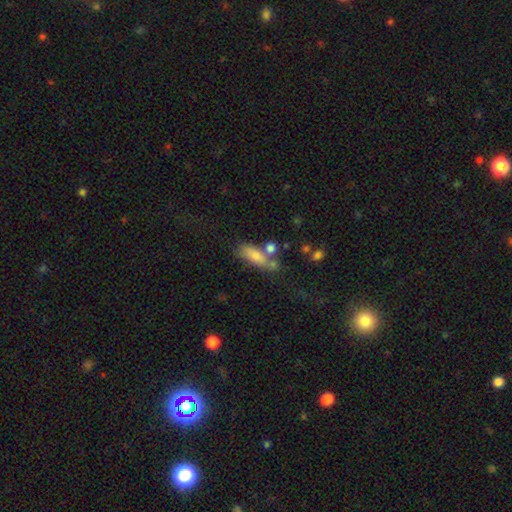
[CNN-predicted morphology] Smooth or featured? smooth (74%)
How rounded? in between (60%)
Merging? none (50%)